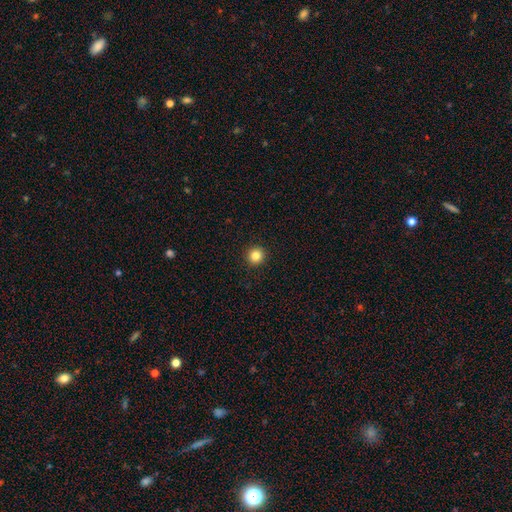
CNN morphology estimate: The model was most divided on "smooth or featured": smooth: 83%, star or artifact: 12%, featured or disk: 5%. More confident: how rounded — round (95%); merging — none (94%).